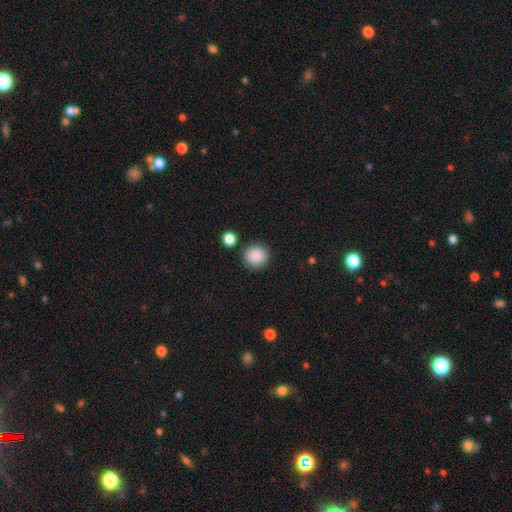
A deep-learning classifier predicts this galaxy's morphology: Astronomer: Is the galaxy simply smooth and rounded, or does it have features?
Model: smooth — 89%.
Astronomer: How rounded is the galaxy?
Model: round — 92%.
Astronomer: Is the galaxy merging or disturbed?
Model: none — 87%.